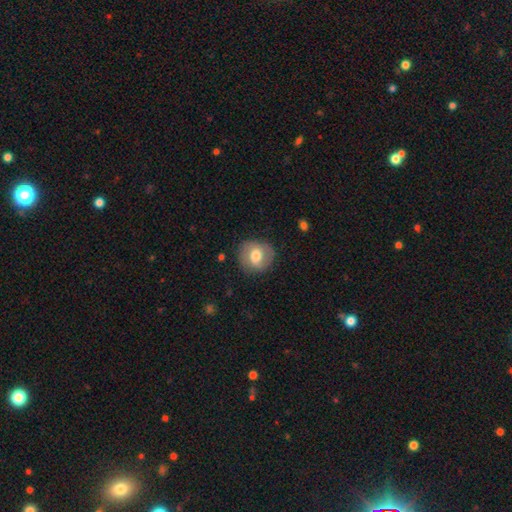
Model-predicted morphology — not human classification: Smooth or featured? smooth (65%)
How rounded? round (83%)
Merging? none (82%)